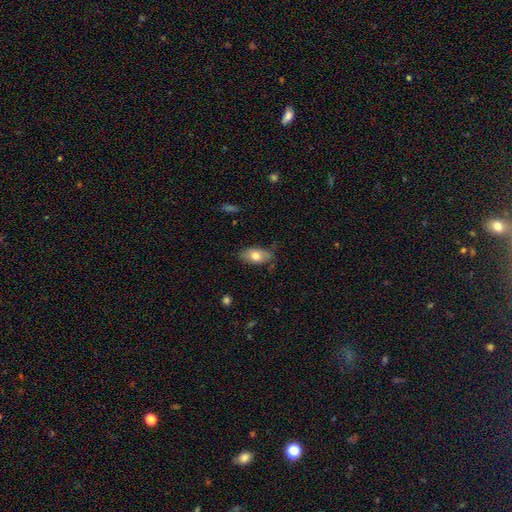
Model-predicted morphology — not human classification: The model was most divided on "merging": none: 71%, minor disturbance: 24%, major disturbance: 4%, merger: 2%. More confident: how rounded — in between (91%); smooth or featured — smooth (74%).